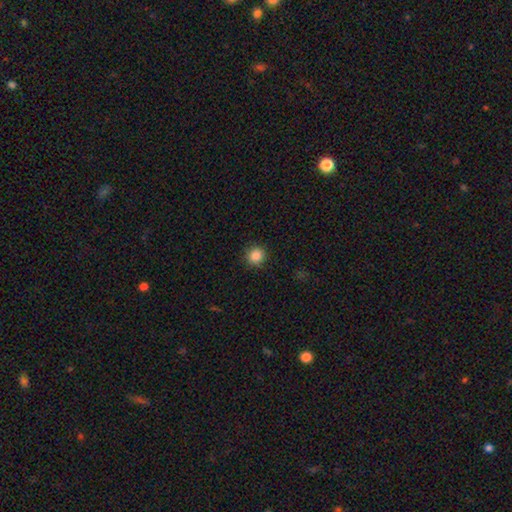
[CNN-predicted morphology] The model was most divided on "smooth or featured": smooth: 86%, star or artifact: 10%, featured or disk: 3%. More confident: how rounded — round (93%); merging — none (90%).